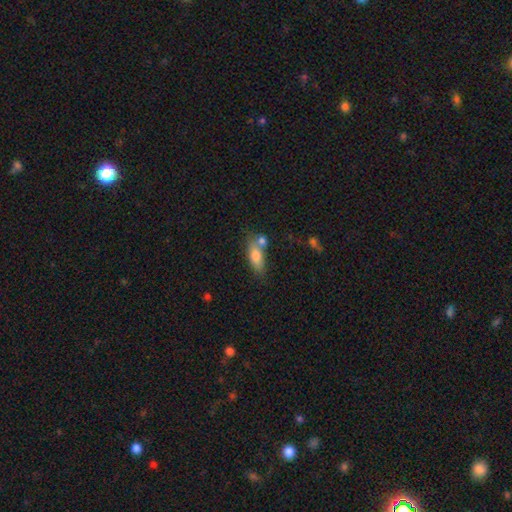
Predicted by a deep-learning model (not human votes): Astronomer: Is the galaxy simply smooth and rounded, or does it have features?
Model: smooth — 74%.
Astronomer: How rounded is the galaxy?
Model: in between — 72%.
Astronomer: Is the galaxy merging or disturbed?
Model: none — 49% (runner-up: merger, 30%).